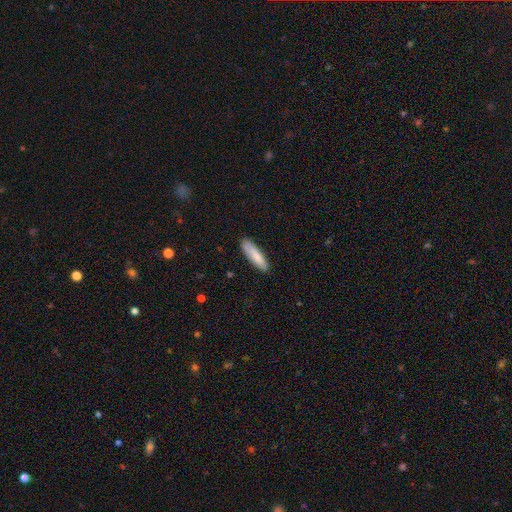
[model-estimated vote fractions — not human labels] Smooth or featured?
  - smooth: 85% *
  - featured or disk: 10%
  - star or artifact: 6%
How rounded?
  - cigar-shaped: 72% *
  - in between: 26%
  - round: 1%
Merging?
  - none: 85% *
  - minor disturbance: 11%
  - major disturbance: 2%
  - merger: 1%